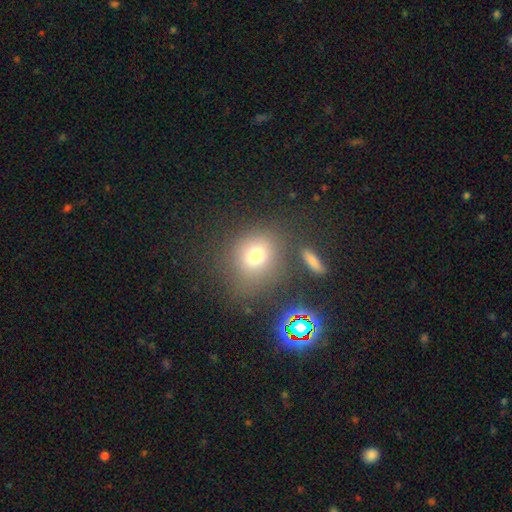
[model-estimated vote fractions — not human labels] Overall: smooth (72%). How rounded: round (70%). Merging: none (71%).